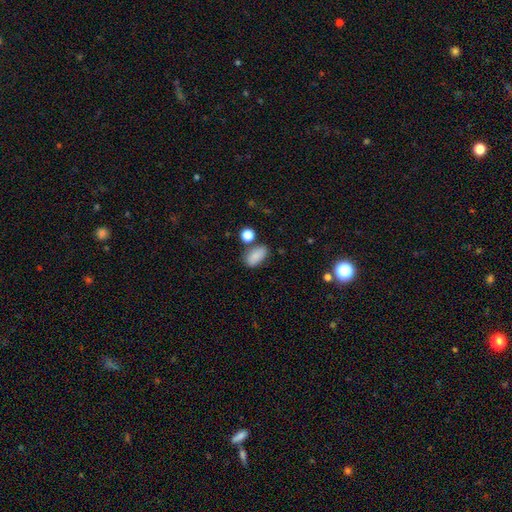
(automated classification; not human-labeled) This is clearly a smooth galaxy (85%). How rounded: clearly in between (89%). Merging: likely none (70%).